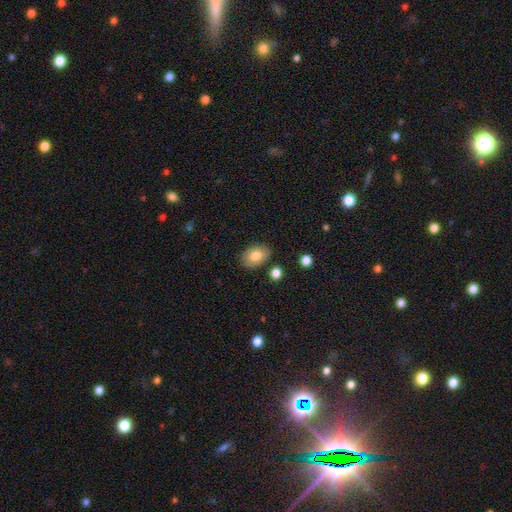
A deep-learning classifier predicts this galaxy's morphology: type=smooth (77%); roundness=in between (84%); merging=none (84%).